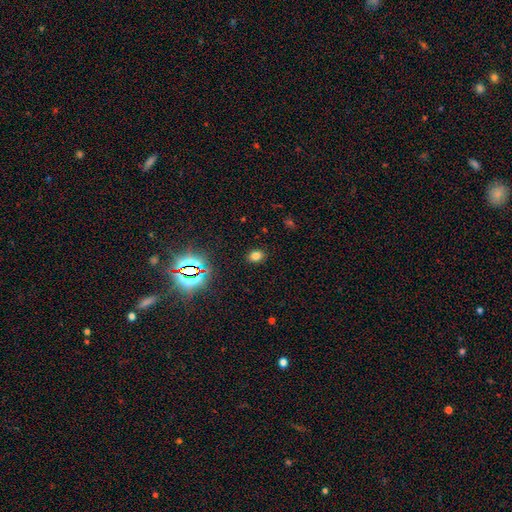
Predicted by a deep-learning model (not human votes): Overall: smooth (74%). How rounded: in between (57%; round 42%). Merging: none (88%).